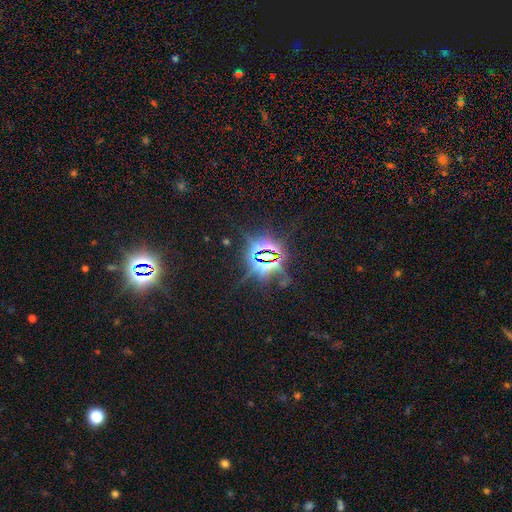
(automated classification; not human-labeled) Smooth or featured: star or artifact — 83% (smooth — 9%)